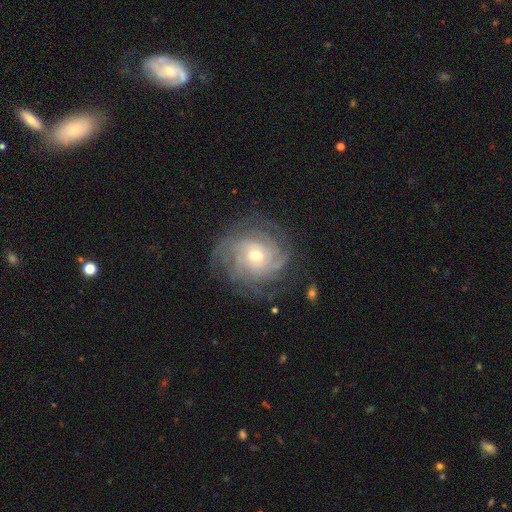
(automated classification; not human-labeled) Morphology: type=featured or disk (83%); edge-on=no (97%); bar=no (69%); spiral arms=yes (94%); winding=tight (70%); arm count=can't tell (37%); bulge=moderate (55%); merging=none (76%).